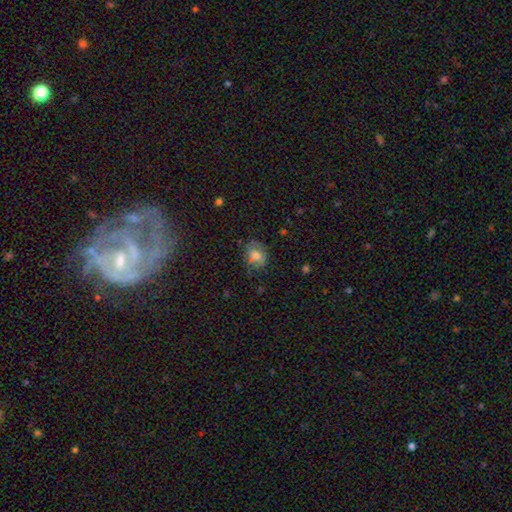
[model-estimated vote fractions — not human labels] smooth_or_featured: smooth (p=0.70) [alt: featured or disk p=0.20]
how_rounded: in between (p=0.62) [alt: round p=0.37]
merging: none (p=0.67) [alt: minor disturbance p=0.23]